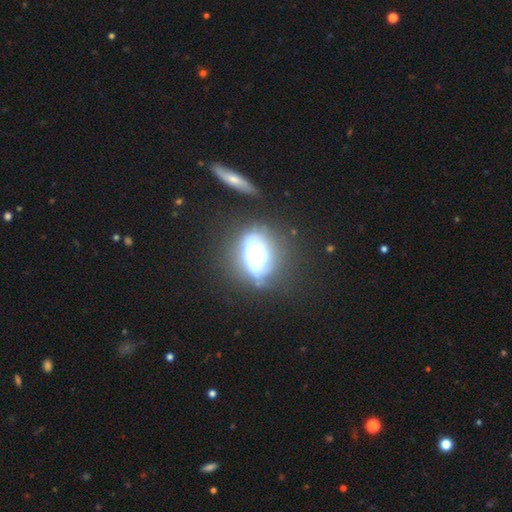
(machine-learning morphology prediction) Q: Smooth or featured?
A: featured or disk (54%); runner-up: smooth (31%)
Q: Edge-on disk?
A: no (88%); runner-up: yes (12%)
Q: Merging?
A: none (47%); runner-up: minor disturbance (23%)